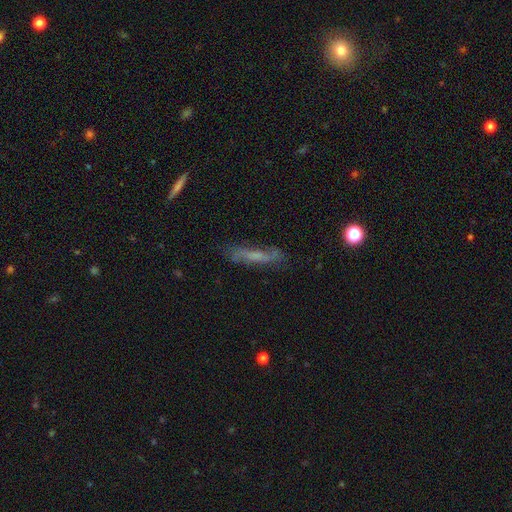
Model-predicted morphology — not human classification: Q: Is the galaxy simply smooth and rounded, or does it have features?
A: featured or disk — 49%.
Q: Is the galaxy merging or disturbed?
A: none — 69%.